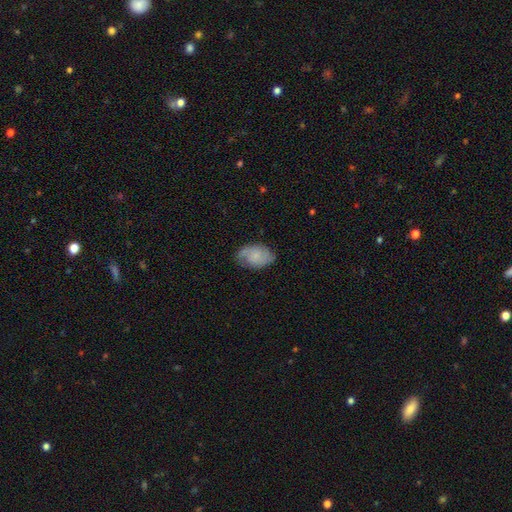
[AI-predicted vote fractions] Morphology: type=featured or disk (52%); edge-on=no (96%); bar=no (73%); spiral arms=yes (88%); bulge=small (55%); merging=none (72%).